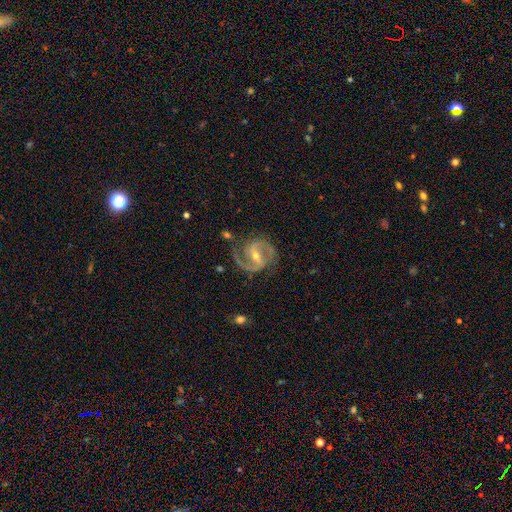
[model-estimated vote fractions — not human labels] featured or disk 93%, star or artifact 4%, smooth 3%. Down the decision tree: edge-on disk — no (98%); bar — strong (46%); spiral arms — yes (98%); spiral arm count — 2 (92%); spiral winding — medium (62%); bulge size — small (55%); merging — none (77%).